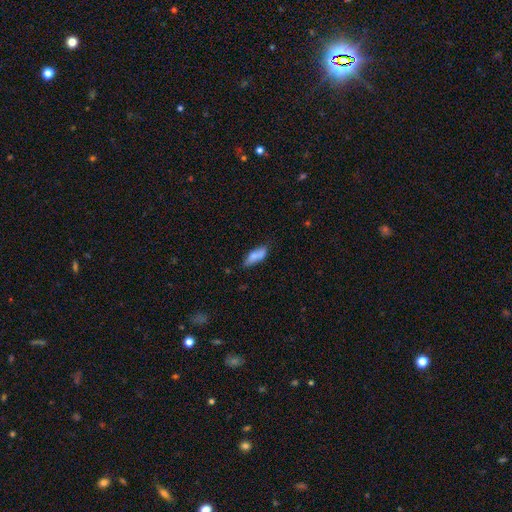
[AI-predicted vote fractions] smooth 71%, featured or disk 21%, star or artifact 7%. Down the decision tree: how rounded — in between (62%); merging — none (53%).